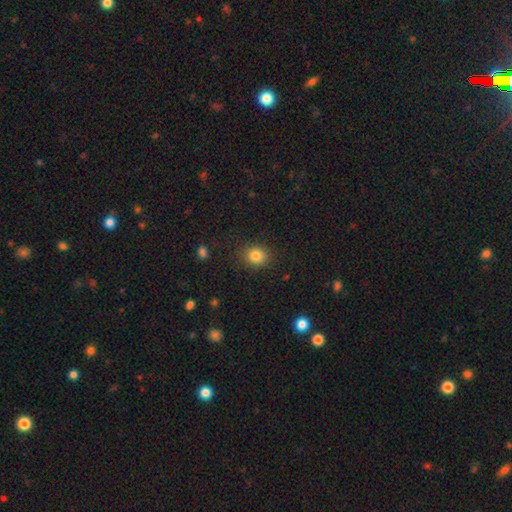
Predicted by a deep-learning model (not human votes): Q: Smooth or featured?
A: smooth (83%); runner-up: star or artifact (11%)
Q: How rounded?
A: round (72%); runner-up: in between (27%)
Q: Merging?
A: none (86%); runner-up: minor disturbance (9%)